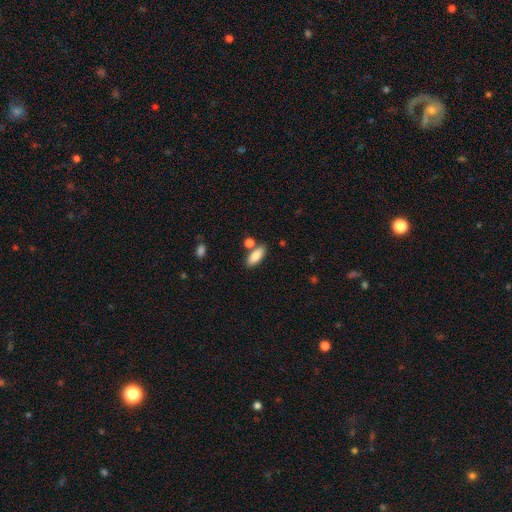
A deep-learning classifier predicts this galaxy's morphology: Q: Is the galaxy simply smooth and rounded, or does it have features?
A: smooth — 84%.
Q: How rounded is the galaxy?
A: in between — 80%.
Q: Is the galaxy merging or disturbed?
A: none — 72%.